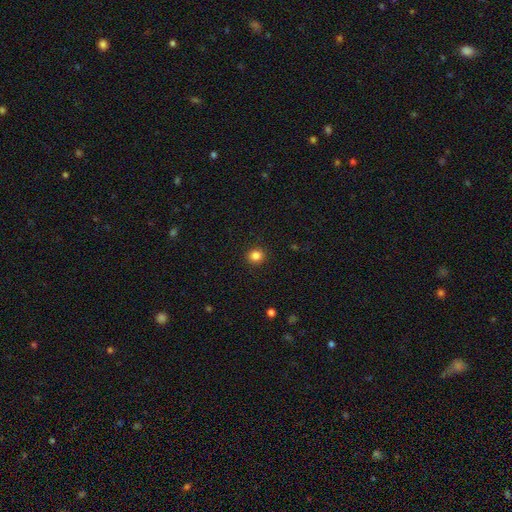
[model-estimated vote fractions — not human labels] smooth 85%, star or artifact 11%, featured or disk 4%. Down the decision tree: how rounded — round (88%); merging — none (92%).